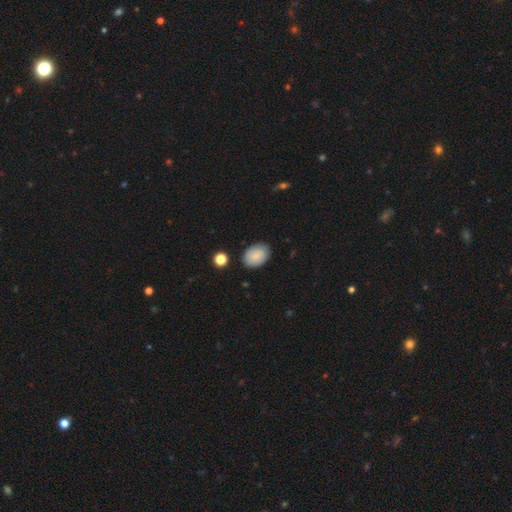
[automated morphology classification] The model was most divided on "how rounded": in between: 82%, round: 17%, cigar-shaped: 1%. More confident: smooth or featured — smooth (86%); merging — none (84%).